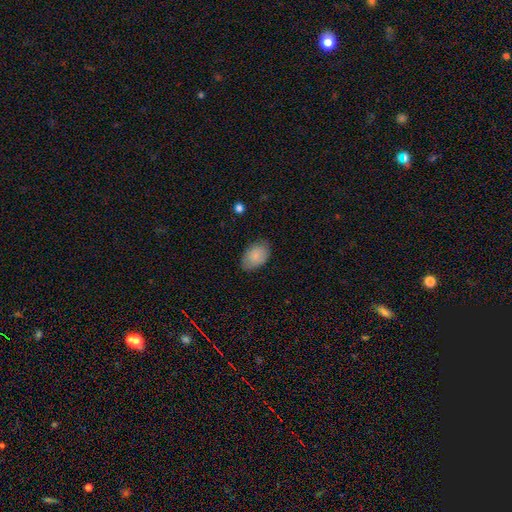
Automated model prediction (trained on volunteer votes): This is clearly a smooth galaxy (84%). How rounded: clearly in between (89%). Merging: likely none (79%).